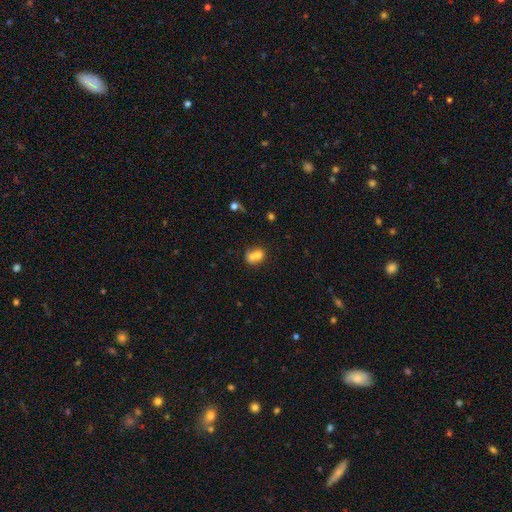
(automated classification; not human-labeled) Smooth or featured: smooth — 68% (featured or disk — 21%)
How rounded: round — 57% (in between — 42%)
Merging: merger — 65% (none — 23%)